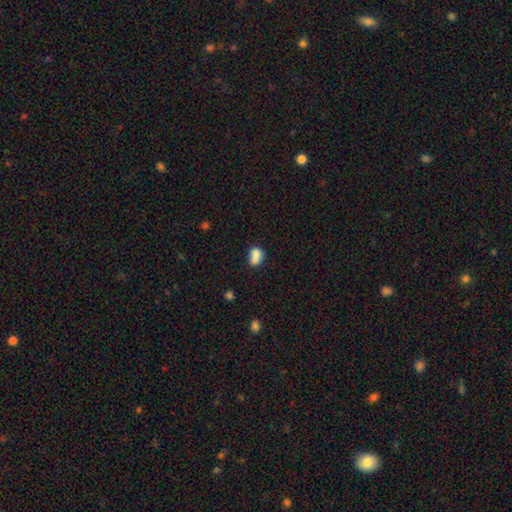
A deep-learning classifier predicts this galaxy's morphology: This is likely a smooth galaxy (76%). How rounded: likely in between (64%). Merging: possibly merger (51%).